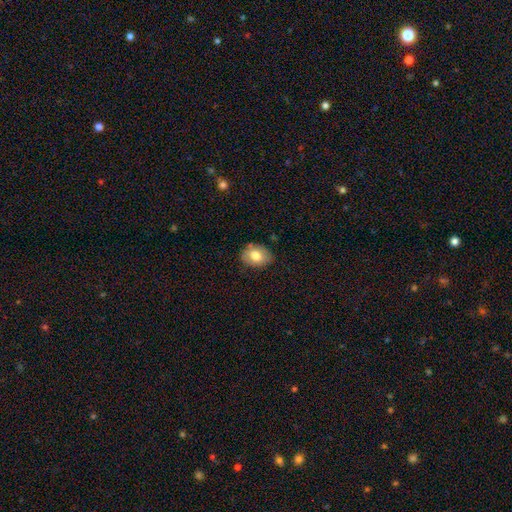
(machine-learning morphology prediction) Smooth or featured: smooth — 76% (featured or disk — 16%)
How rounded: in between — 70% (round — 29%)
Merging: none — 76% (minor disturbance — 19%)